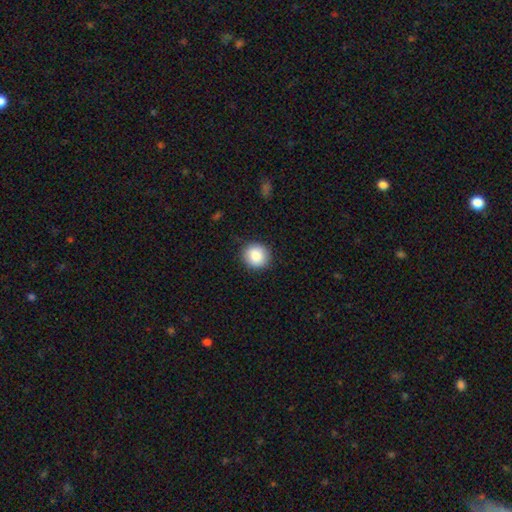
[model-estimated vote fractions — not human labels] smooth_or_featured: smooth (p=0.87) [alt: star or artifact p=0.08]
how_rounded: round (p=0.88) [alt: in between p=0.11]
merging: none (p=0.88) [alt: minor disturbance p=0.09]